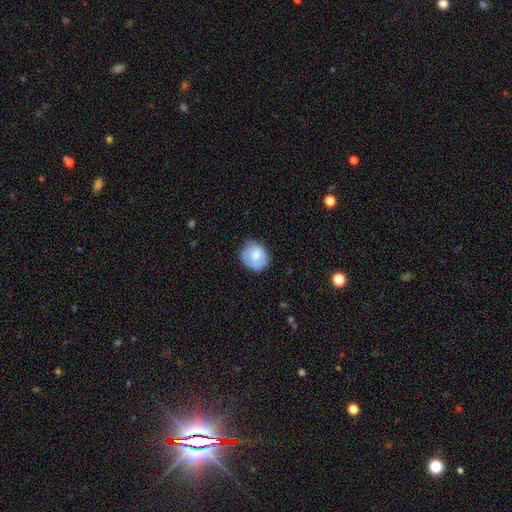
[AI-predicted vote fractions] A smooth galaxy with no disk features (70%) that is round (68%). Merging: none (69%).